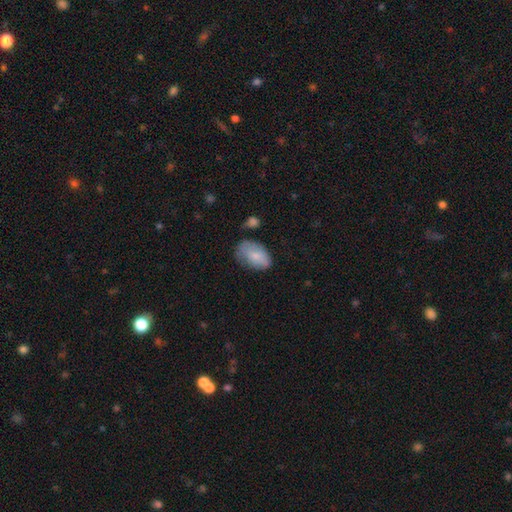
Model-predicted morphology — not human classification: Smooth or featured? smooth (78%)
How rounded? in between (91%)
Merging? none (50%)